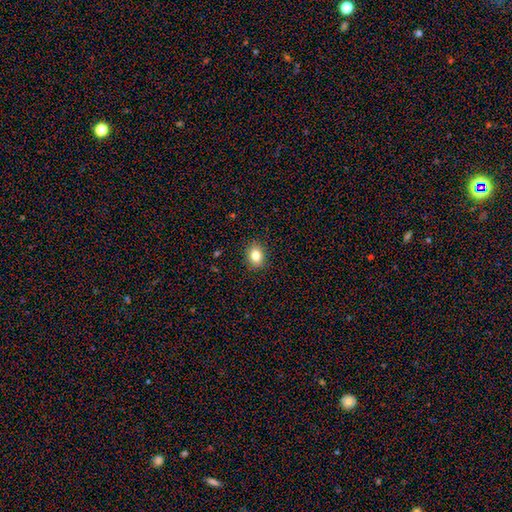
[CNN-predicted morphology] Smooth or featured? Predicted: smooth (p=0.82). How rounded? Predicted: in between (p=0.55). Merging? Predicted: none (p=0.89).